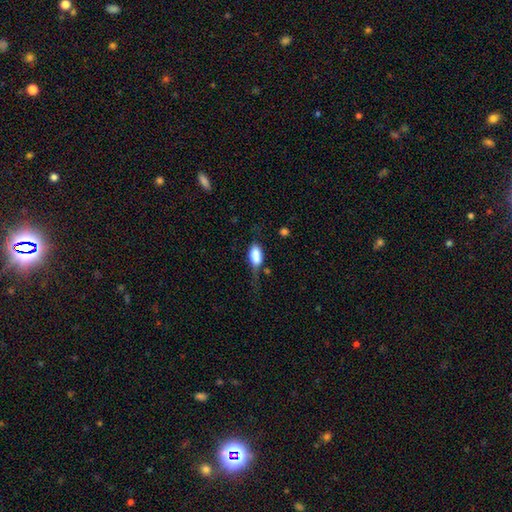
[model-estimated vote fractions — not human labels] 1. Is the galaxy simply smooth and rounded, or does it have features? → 78% smooth, 14% featured or disk, 8% star or artifact.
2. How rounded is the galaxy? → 89% in between, 6% cigar-shaped, 5% round.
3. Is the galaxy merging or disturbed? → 34% major disturbance, 30% minor disturbance, 27% none, 8% merger.